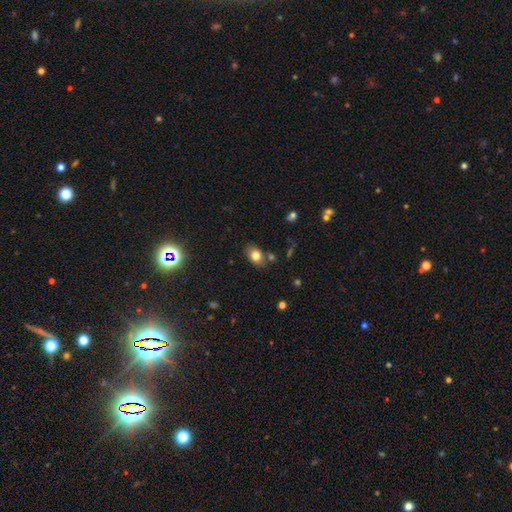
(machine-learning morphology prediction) Smooth or featured?
  - smooth: 79% *
  - star or artifact: 11%
  - featured or disk: 10%
How rounded?
  - in between: 74% *
  - round: 24%
  - cigar-shaped: 1%
Merging?
  - none: 75% *
  - minor disturbance: 15%
  - merger: 7%
  - major disturbance: 3%